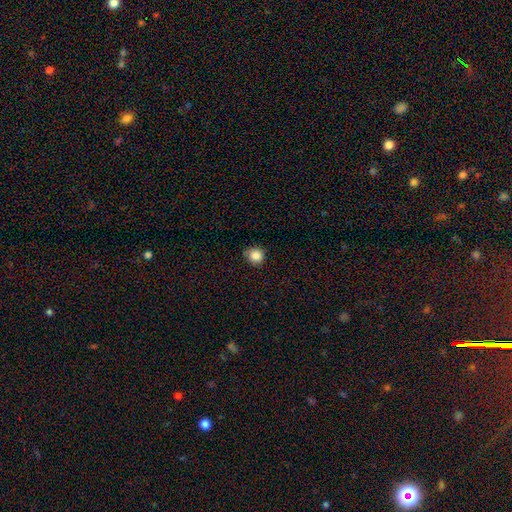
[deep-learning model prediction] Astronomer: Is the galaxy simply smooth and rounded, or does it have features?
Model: smooth — 85%.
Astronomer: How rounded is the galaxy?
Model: round — 89%.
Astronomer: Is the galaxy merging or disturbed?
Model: none — 77%.